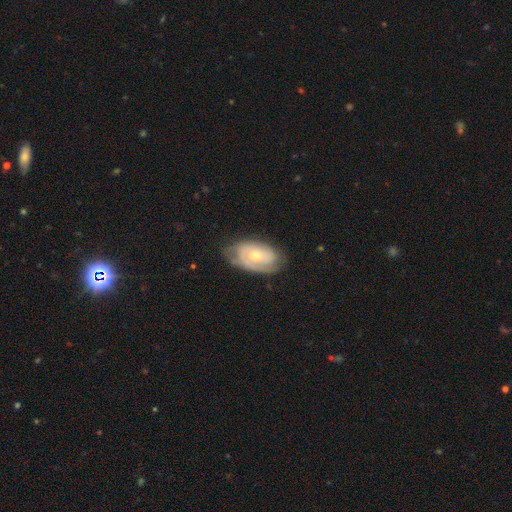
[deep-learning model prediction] Overall: featured or disk (68%). Edge-on disk: no (95%). Bar: no (73%). Spiral arms: yes (83%). Spiral arm count: can't tell (37%; 2 36%). Spiral winding: tight (62%; medium 28%). Bulge size: moderate (50%; small 44%). Merging: none (64%; minor disturbance 26%).